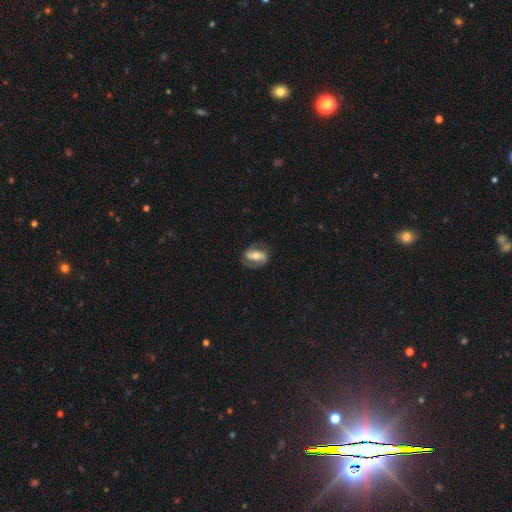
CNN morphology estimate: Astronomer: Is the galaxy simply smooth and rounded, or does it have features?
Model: featured or disk — 67%.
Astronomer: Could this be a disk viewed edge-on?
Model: no — 93%.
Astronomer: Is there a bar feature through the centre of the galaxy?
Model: strong — 48% (runner-up: weak, 28%).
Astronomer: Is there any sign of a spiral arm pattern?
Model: yes — 81%.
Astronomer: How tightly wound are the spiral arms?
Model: medium — 43% (runner-up: tight, 32%).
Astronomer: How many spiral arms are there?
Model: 2 — 82%.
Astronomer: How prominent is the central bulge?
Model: moderate — 63%.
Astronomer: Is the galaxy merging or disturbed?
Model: none — 74%.